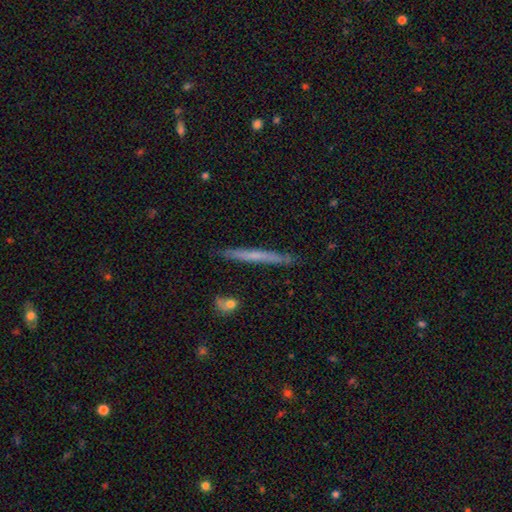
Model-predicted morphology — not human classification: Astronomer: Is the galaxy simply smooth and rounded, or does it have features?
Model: featured or disk — 48% (runner-up: smooth, 46%).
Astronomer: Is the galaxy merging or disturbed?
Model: none — 87%.